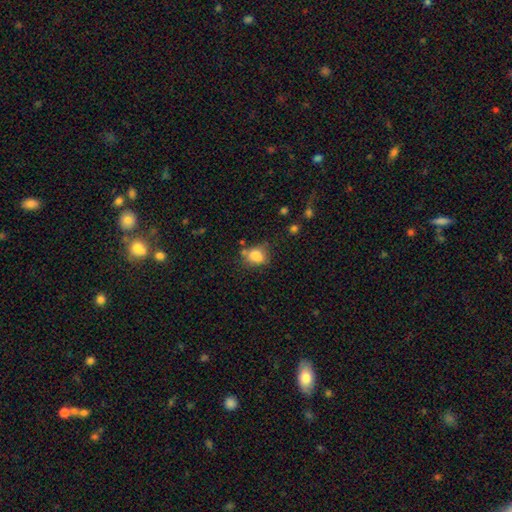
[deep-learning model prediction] Smooth or featured: smooth — 78% (star or artifact — 11%)
How rounded: in between — 62% (round — 36%)
Merging: none — 50% (minor disturbance — 26%)